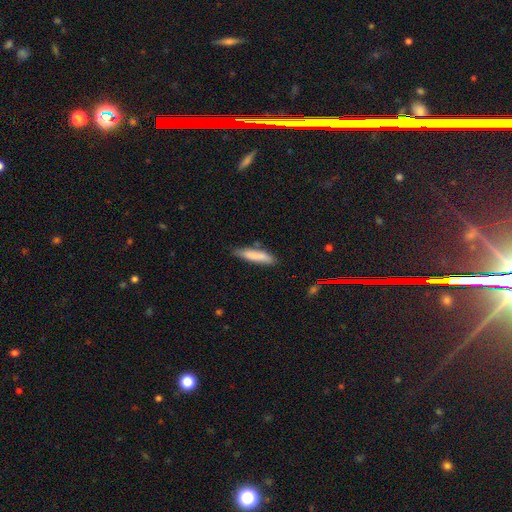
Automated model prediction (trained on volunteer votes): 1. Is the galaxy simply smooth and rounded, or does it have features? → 81% smooth, 13% featured or disk, 6% star or artifact.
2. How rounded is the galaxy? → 79% cigar-shaped, 19% in between, 1% round.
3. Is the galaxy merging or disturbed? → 75% none, 18% minor disturbance, 5% merger, 3% major disturbance.